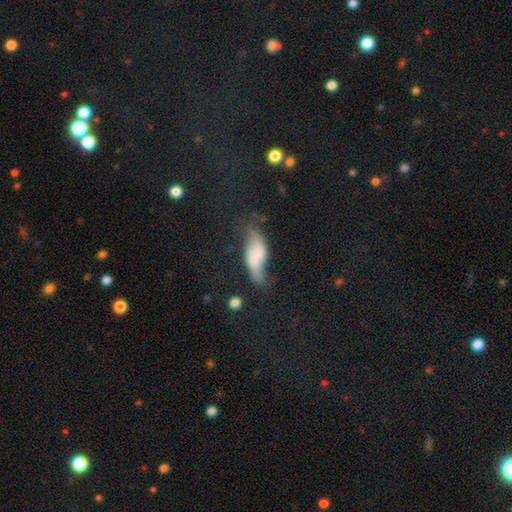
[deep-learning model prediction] This is possibly a featured or disk galaxy (45%, tied with smooth). Merging: marginally none (33%).